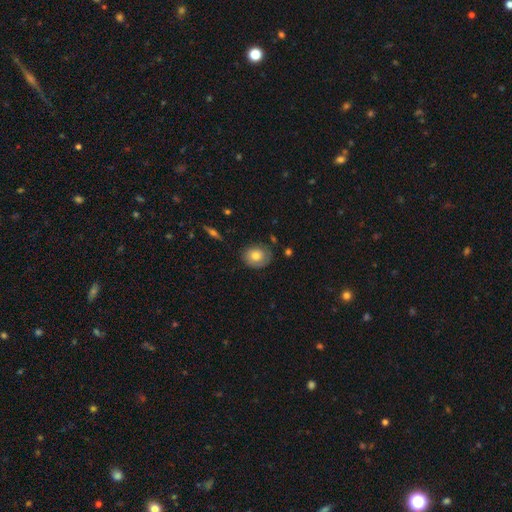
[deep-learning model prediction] Morphology: type=smooth (69%); roundness=round (60%); merging=none (76%).